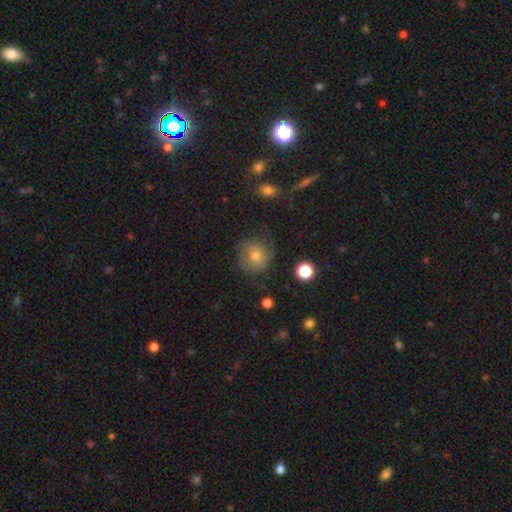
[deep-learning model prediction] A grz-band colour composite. It shows a featured or disk galaxy (44%). Merging: none (68%).